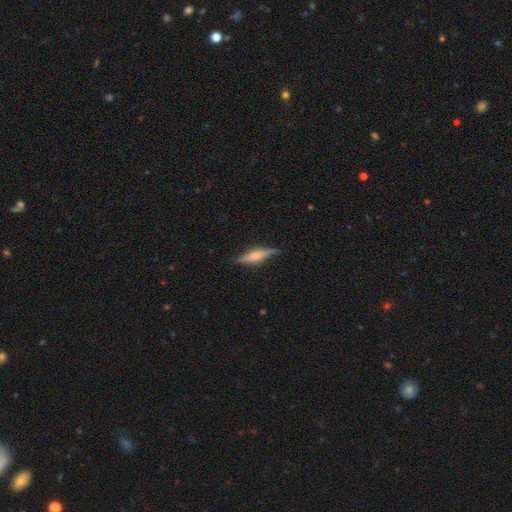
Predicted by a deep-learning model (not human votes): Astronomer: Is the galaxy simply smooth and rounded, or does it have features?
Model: featured or disk — 59% (runner-up: smooth, 35%).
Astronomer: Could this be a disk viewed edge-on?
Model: yes — 96%.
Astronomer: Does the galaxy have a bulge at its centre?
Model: rounded — 65%.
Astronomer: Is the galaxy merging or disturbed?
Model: none — 81%.